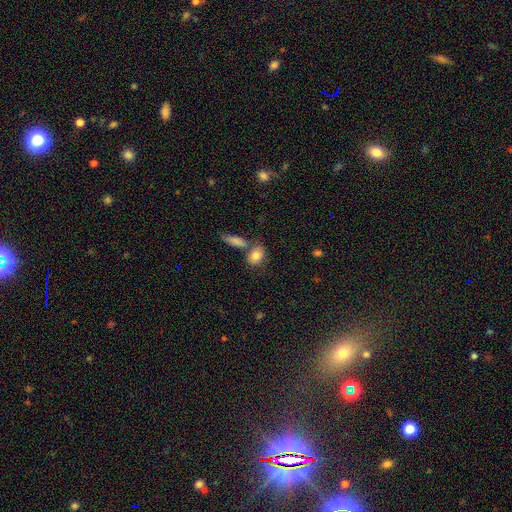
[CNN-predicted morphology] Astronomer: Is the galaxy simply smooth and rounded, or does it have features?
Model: smooth — 83%.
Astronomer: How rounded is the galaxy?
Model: in between — 68%.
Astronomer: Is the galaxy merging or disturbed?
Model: none — 58%.